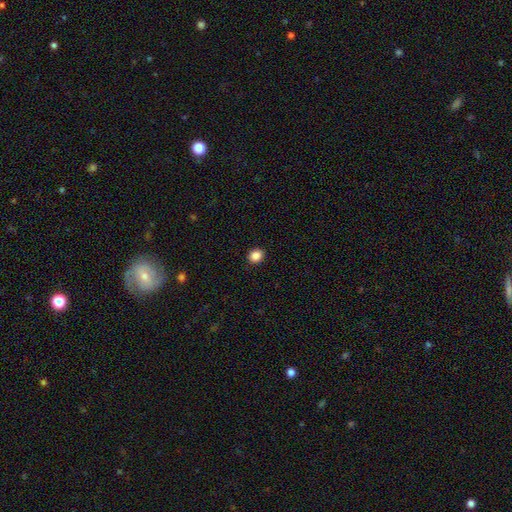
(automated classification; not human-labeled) This appears to be a smooth galaxy with no disk features (87%) that is round (71%). Merging: none (92%).